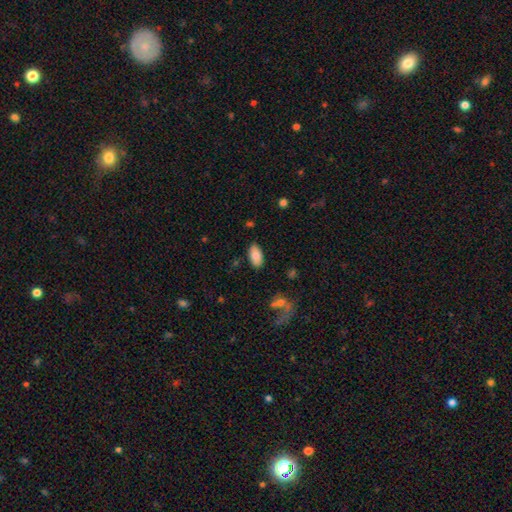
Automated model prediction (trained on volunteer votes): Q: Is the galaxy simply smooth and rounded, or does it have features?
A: smooth — 81%.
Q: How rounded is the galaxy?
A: in between — 94%.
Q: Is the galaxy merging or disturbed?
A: none — 84%.